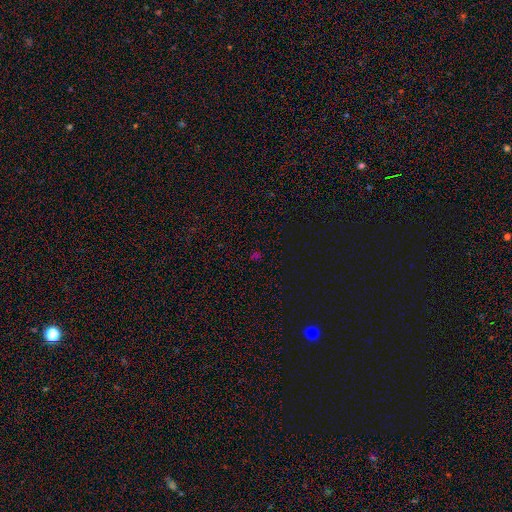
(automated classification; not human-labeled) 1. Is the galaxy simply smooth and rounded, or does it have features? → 57% star or artifact, 37% smooth, 7% featured or disk.